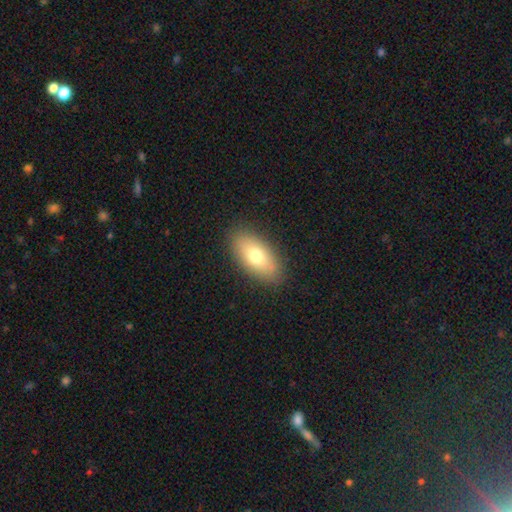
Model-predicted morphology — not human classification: Smooth or featured? smooth (71%)
How rounded? in between (89%)
Merging? none (87%)